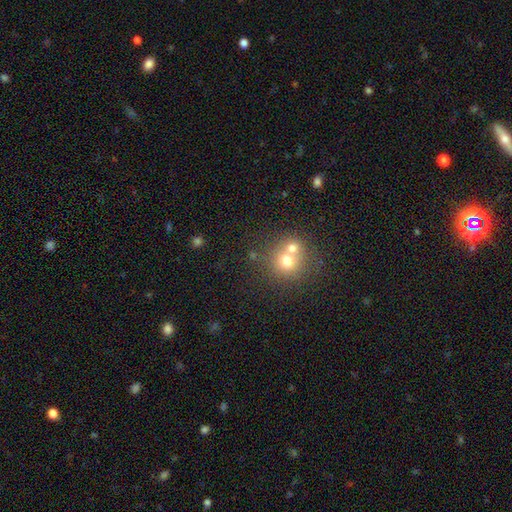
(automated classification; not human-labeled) smooth_or_featured: smooth (p=0.62) [alt: star or artifact p=0.20]
how_rounded: round (p=0.86) [alt: in between p=0.13]
merging: merger (p=0.46) [alt: none p=0.44]